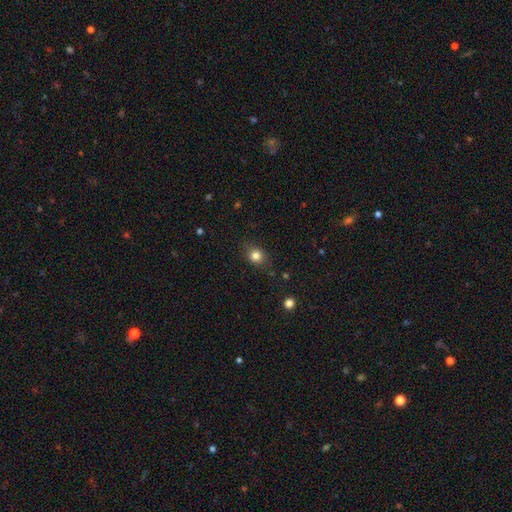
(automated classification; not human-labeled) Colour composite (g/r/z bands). It shows a smooth galaxy with no disk features (81%) that is round (69%). Merging: none (81%).